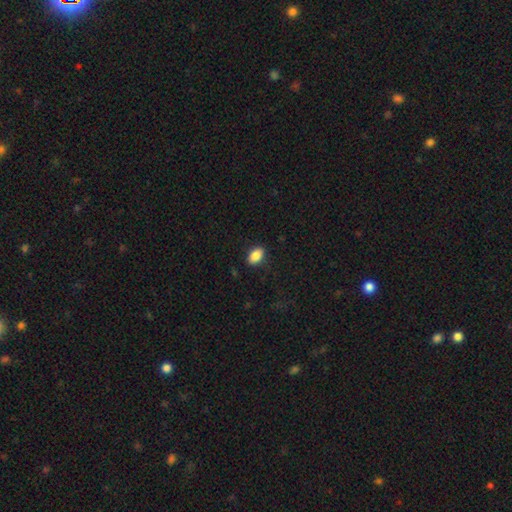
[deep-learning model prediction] smooth-or-featured: smooth: 88% | star or artifact: 8% | featured or disk: 4%
  how-rounded: in between: 89% | round: 9% | cigar-shaped: 2%
  merging: none: 88% | minor disturbance: 9% | major disturbance: 2% | merger: 1%